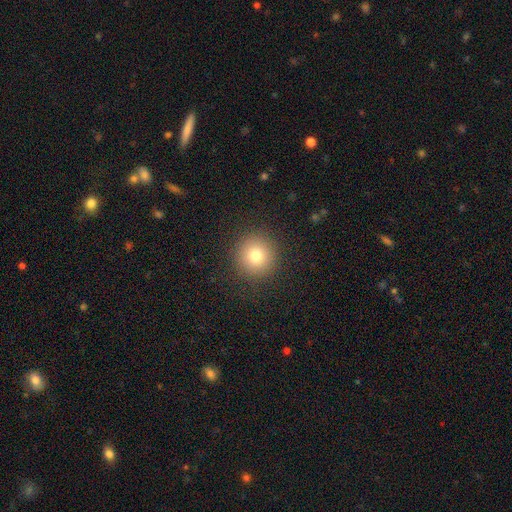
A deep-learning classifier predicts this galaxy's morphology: Smooth or featured: smooth — 78% (star or artifact — 13%)
How rounded: round — 95% (in between — 4%)
Merging: none — 91% (minor disturbance — 5%)